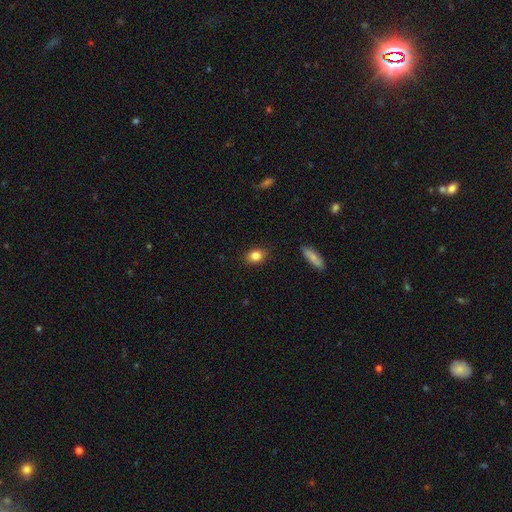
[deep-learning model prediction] Smooth or featured?
  - smooth: 84% *
  - star or artifact: 9%
  - featured or disk: 7%
How rounded?
  - in between: 61% *
  - round: 37%
  - cigar-shaped: 2%
Merging?
  - none: 88% *
  - minor disturbance: 9%
  - major disturbance: 2%
  - merger: 1%